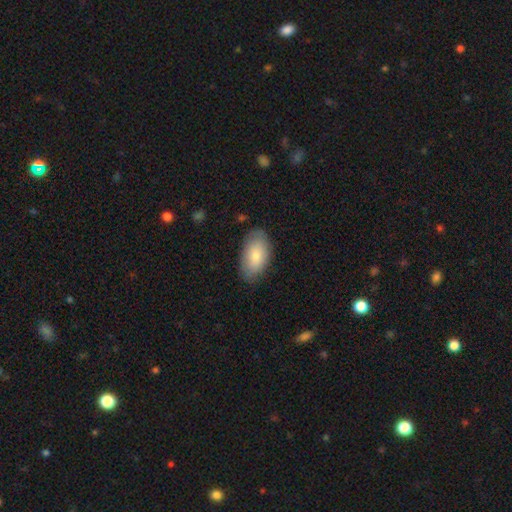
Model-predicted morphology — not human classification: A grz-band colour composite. It shows a smooth galaxy with no disk features (84%) that is in between round and cigar-shaped (95%). Merging: none (81%).